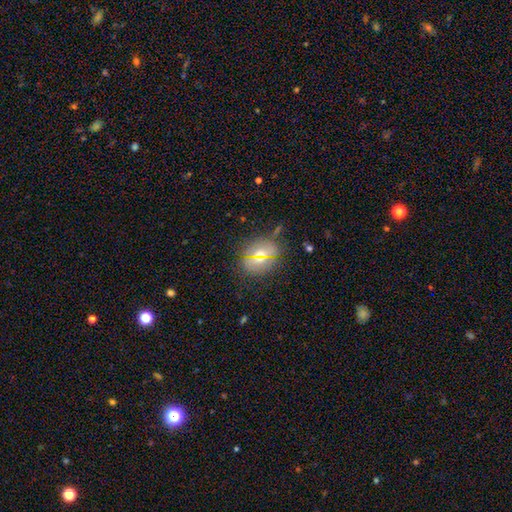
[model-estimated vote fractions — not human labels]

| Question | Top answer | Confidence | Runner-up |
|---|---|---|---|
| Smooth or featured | smooth | 52% | star or artifact (27%) |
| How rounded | round | 63% | in between (33%) |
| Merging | none | 82% | minor disturbance (12%) |